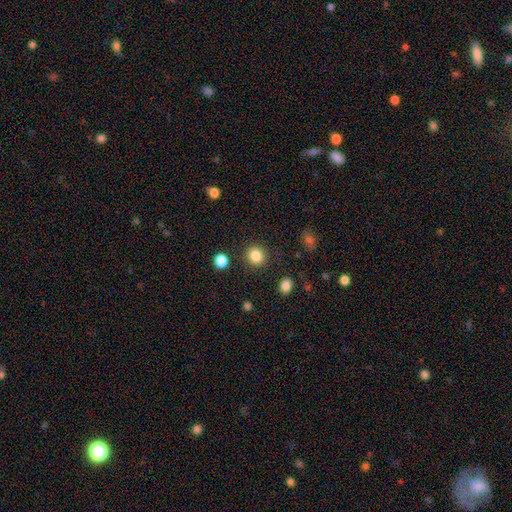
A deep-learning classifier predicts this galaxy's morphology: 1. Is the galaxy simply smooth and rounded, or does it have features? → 85% smooth, 11% star or artifact, 5% featured or disk.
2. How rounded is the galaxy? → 88% round, 12% in between, 1% cigar-shaped.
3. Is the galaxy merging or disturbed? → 88% none, 7% minor disturbance, 3% major disturbance, 2% merger.